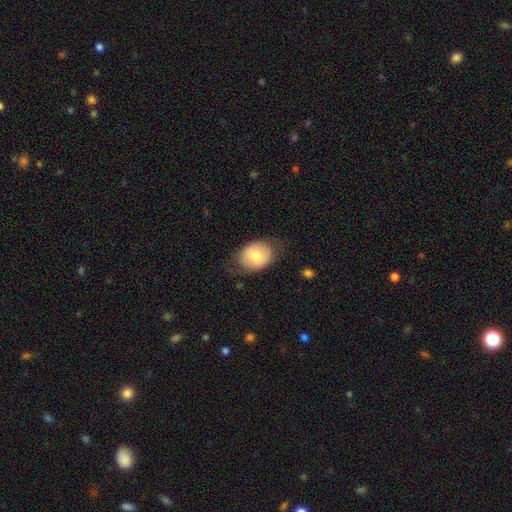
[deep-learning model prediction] Smooth or featured: smooth — 74% (featured or disk — 19%)
How rounded: in between — 58% (round — 41%)
Merging: none — 68% (minor disturbance — 22%)